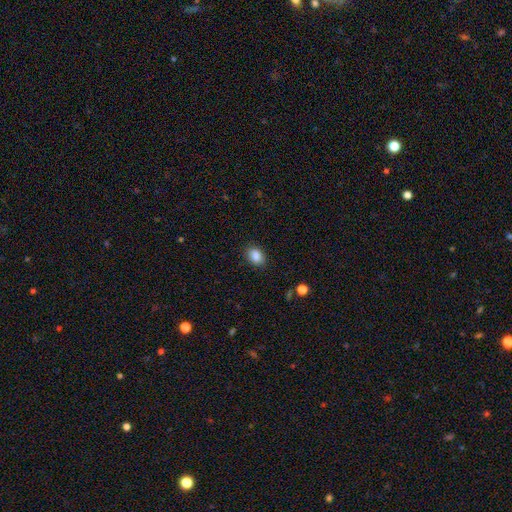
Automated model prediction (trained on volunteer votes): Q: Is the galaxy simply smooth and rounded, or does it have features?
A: smooth — 87%.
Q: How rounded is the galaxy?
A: in between — 69%.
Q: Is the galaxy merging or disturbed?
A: none — 87%.